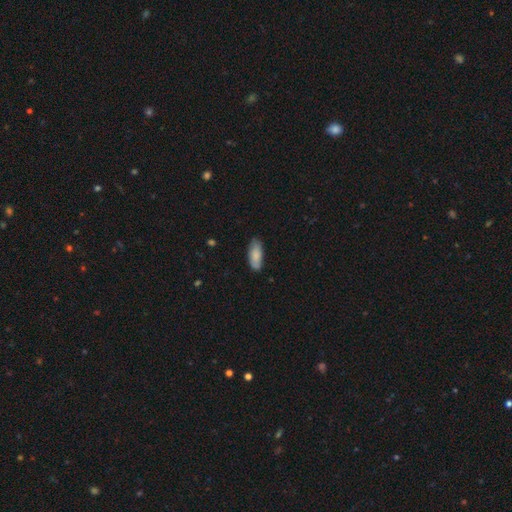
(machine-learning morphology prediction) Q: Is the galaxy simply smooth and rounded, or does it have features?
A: smooth — 81%.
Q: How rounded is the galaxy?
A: in between — 78%.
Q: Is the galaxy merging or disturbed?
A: none — 76%.